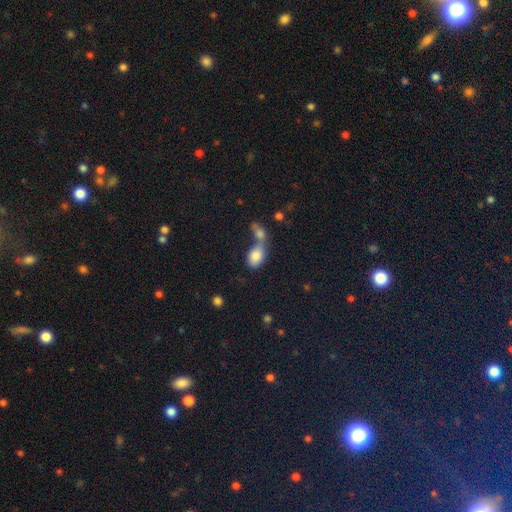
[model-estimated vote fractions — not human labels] A smooth galaxy with no disk features (82%) that is in between round and cigar-shaped (85%). Merging: merger (62%).